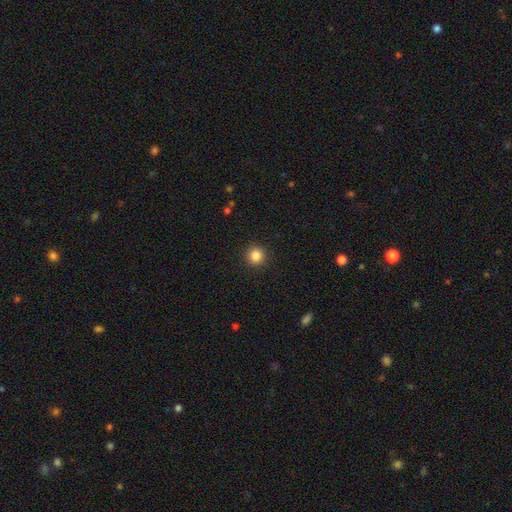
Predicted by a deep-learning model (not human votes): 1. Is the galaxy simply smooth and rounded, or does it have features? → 85% smooth, 11% star or artifact, 4% featured or disk.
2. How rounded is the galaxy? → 95% round, 4% in between, 1% cigar-shaped.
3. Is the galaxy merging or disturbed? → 92% none, 5% minor disturbance, 2% major disturbance, 1% merger.